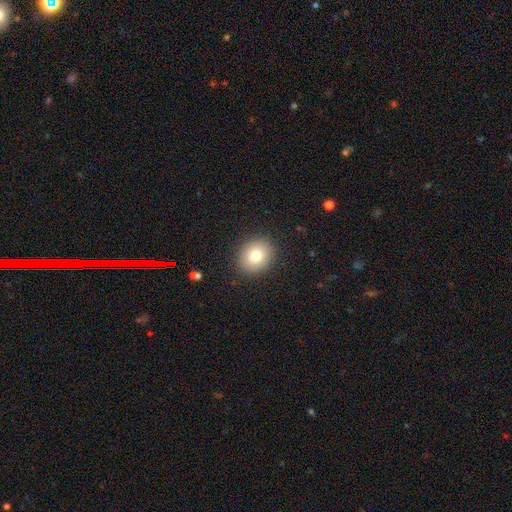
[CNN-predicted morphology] A smooth galaxy with no disk features (77%) that is round (72%).

Vote fractions:
- Smooth or featured? smooth: 77% / featured or disk: 12% / star or artifact: 11%
- How rounded? round: 72% / in between: 27% / cigar-shaped: 1%
- Merging? none: 89% / minor disturbance: 7% / major disturbance: 3% / merger: 1%